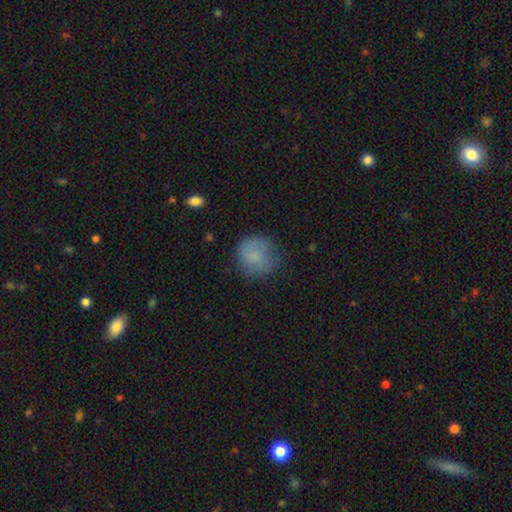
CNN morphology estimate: A smooth galaxy with no disk features (78%) that is round (82%). Merging: none (65%).